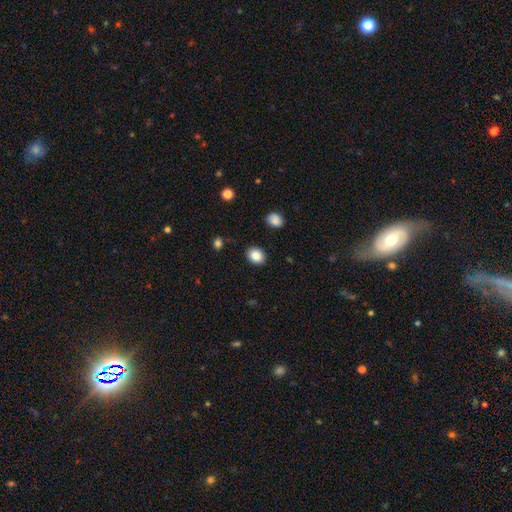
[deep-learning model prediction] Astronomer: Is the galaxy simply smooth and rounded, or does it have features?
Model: smooth — 86%.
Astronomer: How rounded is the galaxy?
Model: round — 53% (runner-up: in between, 46%).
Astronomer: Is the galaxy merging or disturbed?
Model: none — 89%.